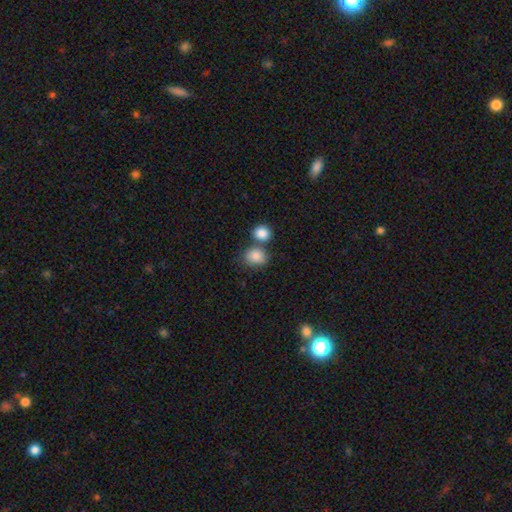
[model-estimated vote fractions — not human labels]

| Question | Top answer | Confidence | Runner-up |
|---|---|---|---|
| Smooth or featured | smooth | 85% | star or artifact (9%) |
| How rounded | round | 61% | in between (38%) |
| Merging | none | 53% | merger (33%) |